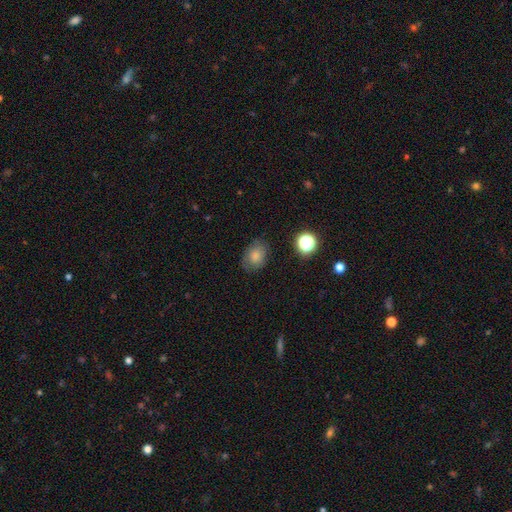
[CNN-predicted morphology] Smooth or featured?
  - smooth: 77% *
  - star or artifact: 12%
  - featured or disk: 11%
How rounded?
  - in between: 65% *
  - round: 34%
  - cigar-shaped: 1%
Merging?
  - none: 73% *
  - minor disturbance: 19%
  - major disturbance: 6%
  - merger: 2%